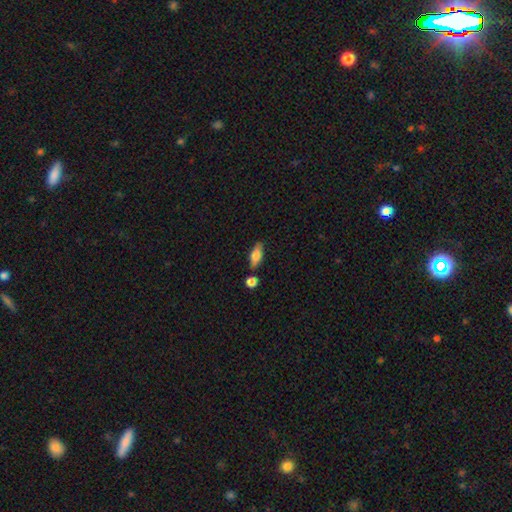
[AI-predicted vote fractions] The model was most divided on "smooth or featured": smooth: 70%, featured or disk: 23%, star or artifact: 7%. More confident: how rounded — in between (73%); merging — none (72%).